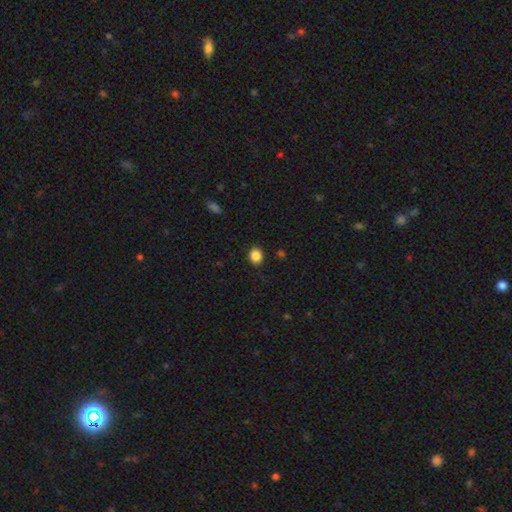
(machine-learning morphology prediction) Smooth or featured? smooth (87%)
How rounded? round (73%)
Merging? none (90%)